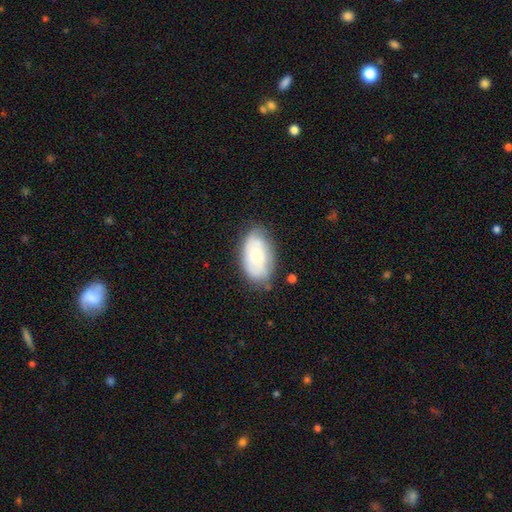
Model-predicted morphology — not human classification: This appears to be a smooth galaxy with no disk features (56%) that is in between round and cigar-shaped (93%). Merging: none (71%).